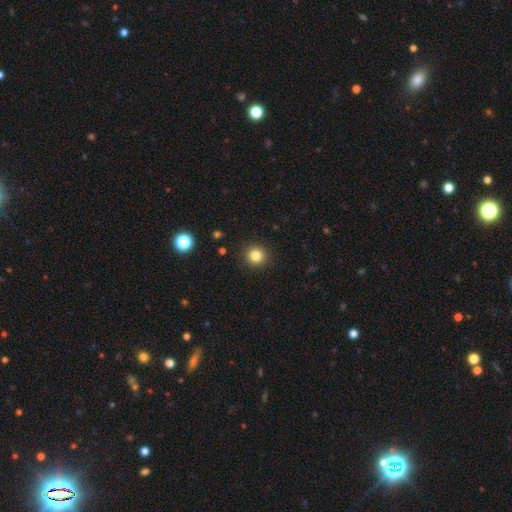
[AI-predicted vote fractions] Smooth or featured? smooth (83%)
How rounded? round (94%)
Merging? none (92%)